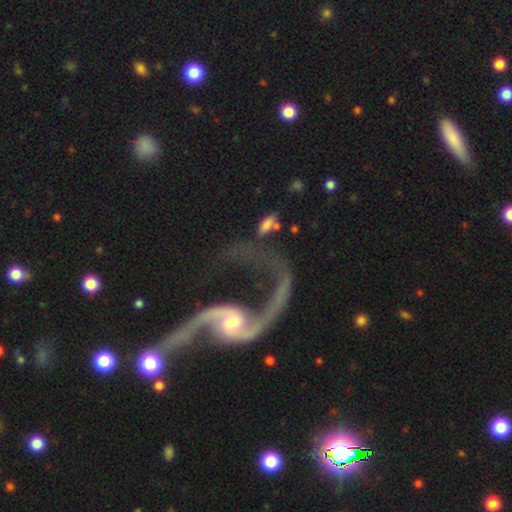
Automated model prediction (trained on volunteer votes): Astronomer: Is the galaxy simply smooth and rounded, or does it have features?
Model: featured or disk — 91%.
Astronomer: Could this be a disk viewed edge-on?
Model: no — 96%.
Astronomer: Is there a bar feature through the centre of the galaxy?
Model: no — 50% (runner-up: weak, 33%).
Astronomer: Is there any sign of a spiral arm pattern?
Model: yes — 97%.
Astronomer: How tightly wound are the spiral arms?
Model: loose — 79%.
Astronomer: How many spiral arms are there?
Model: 2 — 92%.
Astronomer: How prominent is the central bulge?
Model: small — 50% (runner-up: moderate, 40%).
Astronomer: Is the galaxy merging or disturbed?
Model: none — 51%.